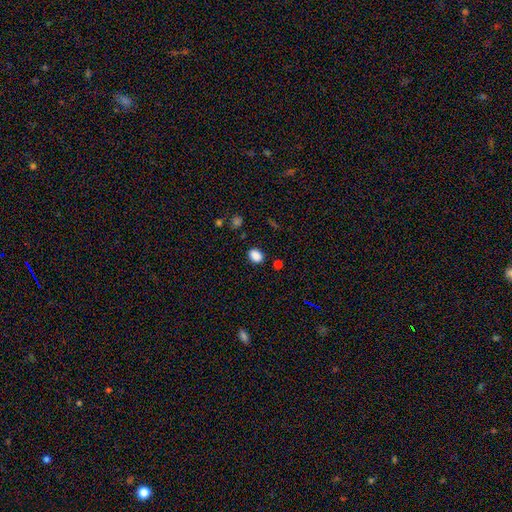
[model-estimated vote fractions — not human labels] This is clearly a smooth galaxy (86%). How rounded: likely in between (71%). Merging: clearly none (84%).